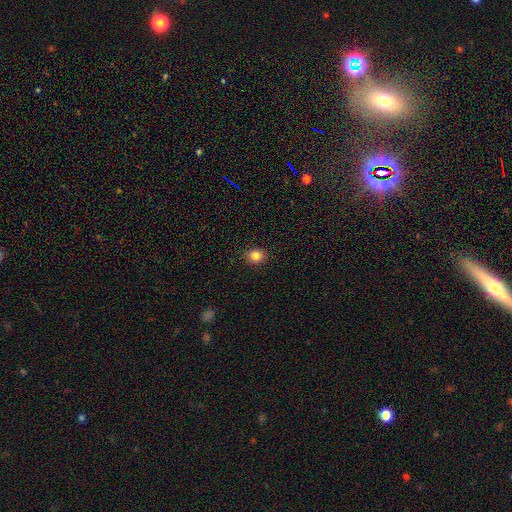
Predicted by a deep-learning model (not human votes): Morphology: type=smooth (83%); roundness=round (72%); merging=none (91%).